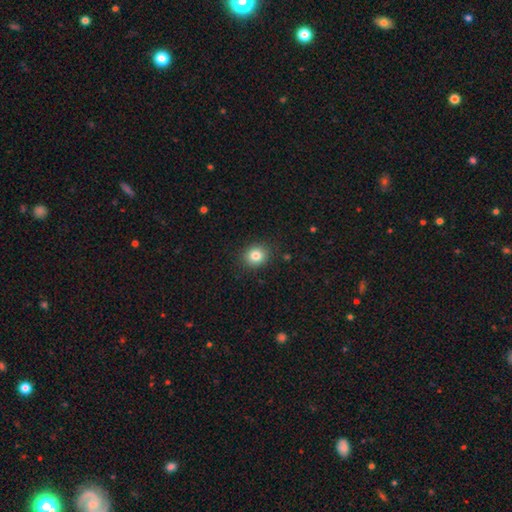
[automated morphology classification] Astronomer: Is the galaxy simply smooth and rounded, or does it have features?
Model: smooth — 82%.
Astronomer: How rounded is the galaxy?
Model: round — 74%.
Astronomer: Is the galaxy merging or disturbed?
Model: none — 89%.